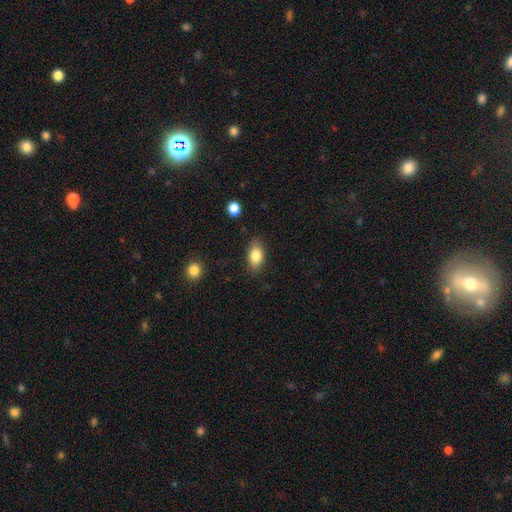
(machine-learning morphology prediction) smooth_or_featured: smooth (p=0.84) [alt: featured or disk p=0.08]
how_rounded: in between (p=0.88) [alt: round p=0.08]
merging: none (p=0.84) [alt: minor disturbance p=0.12]